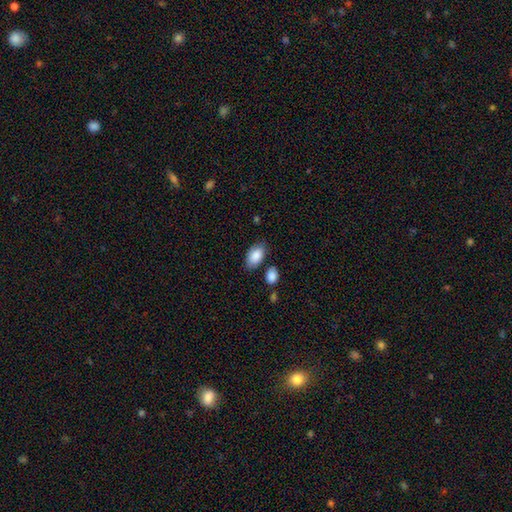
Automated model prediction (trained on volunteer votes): Smooth or featured? Predicted: smooth (p=0.88). How rounded? Predicted: in between (p=0.93). Merging? Predicted: none (p=0.76).